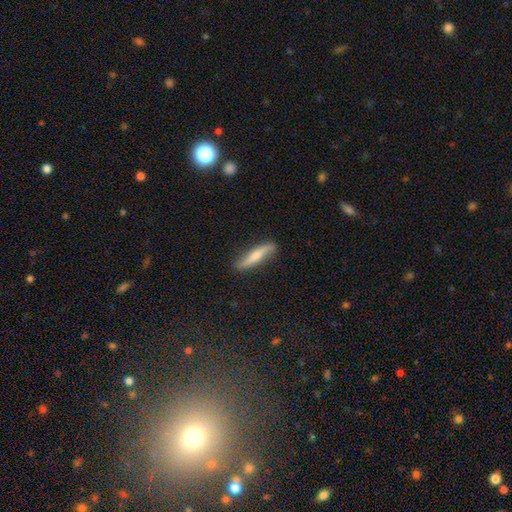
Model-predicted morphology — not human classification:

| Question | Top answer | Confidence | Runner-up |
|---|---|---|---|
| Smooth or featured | smooth | 58% | featured or disk (36%) |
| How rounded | cigar-shaped | 87% | in between (12%) |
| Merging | none | 80% | minor disturbance (16%) |